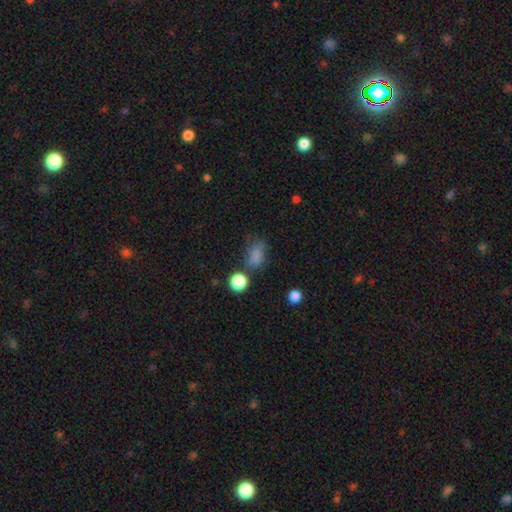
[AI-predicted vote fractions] smooth-or-featured: smooth: 77% | star or artifact: 14% | featured or disk: 8%
  how-rounded: in between: 71% | round: 26% | cigar-shaped: 3%
  merging: none: 54% | minor disturbance: 25% | major disturbance: 13% | merger: 9%